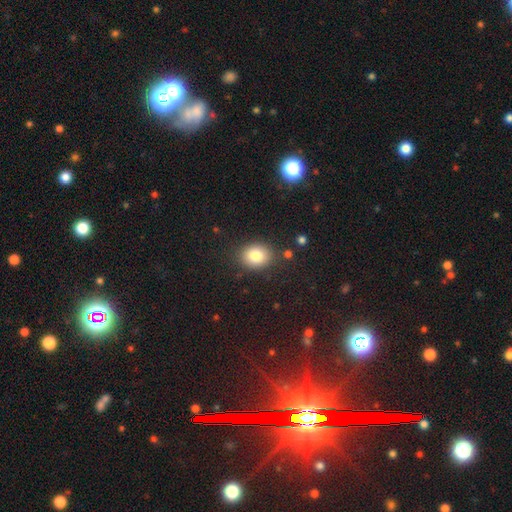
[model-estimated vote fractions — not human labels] Morphology: type=smooth (82%); roundness=round (55%); merging=none (84%).